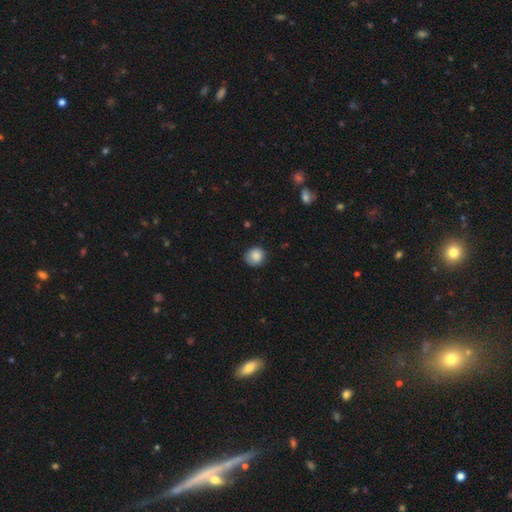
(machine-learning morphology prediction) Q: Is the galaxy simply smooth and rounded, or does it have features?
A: smooth — 86%.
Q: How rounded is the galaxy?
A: round — 86%.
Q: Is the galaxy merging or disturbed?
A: none — 77%.